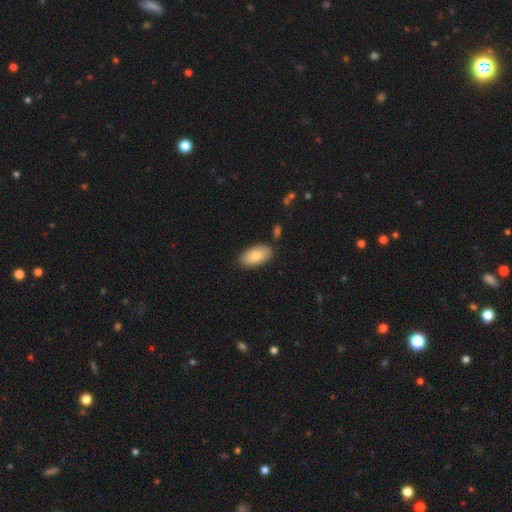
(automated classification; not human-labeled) smooth 79%, featured or disk 15%, star or artifact 6%. Down the decision tree: how rounded — in between (95%); merging — none (84%).